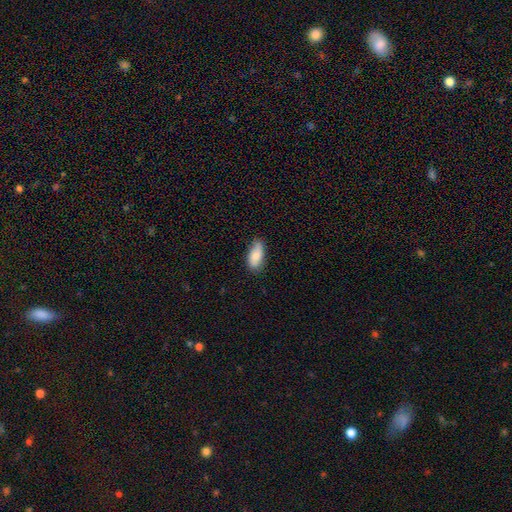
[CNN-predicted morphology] Smooth or featured? smooth (83%)
How rounded? in between (88%)
Merging? none (72%)